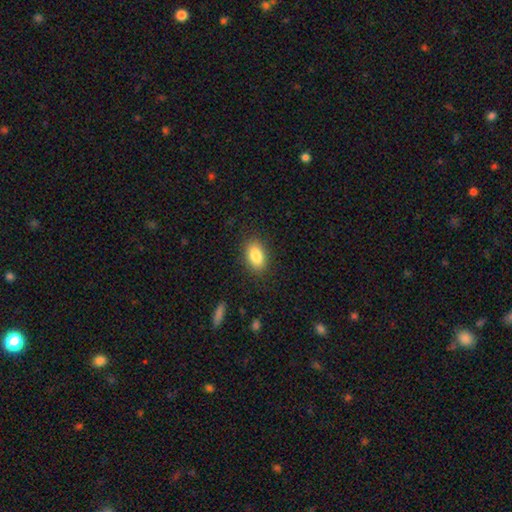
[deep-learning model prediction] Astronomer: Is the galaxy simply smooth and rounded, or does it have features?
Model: smooth — 86%.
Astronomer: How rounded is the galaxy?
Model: in between — 88%.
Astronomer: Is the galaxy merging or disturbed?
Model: none — 87%.